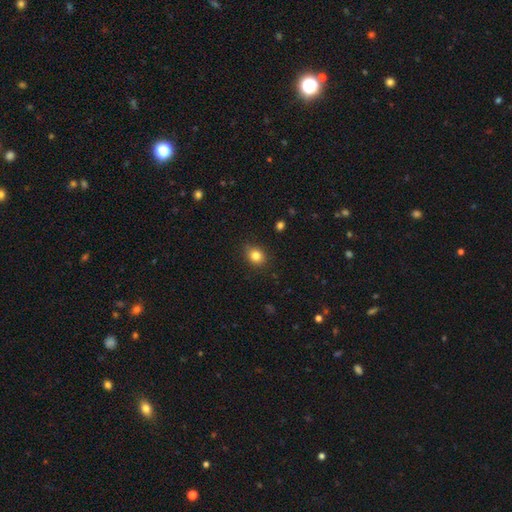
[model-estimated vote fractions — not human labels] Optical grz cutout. It shows a smooth galaxy with no disk features (83%) that is round (64%). Merging: none (84%).